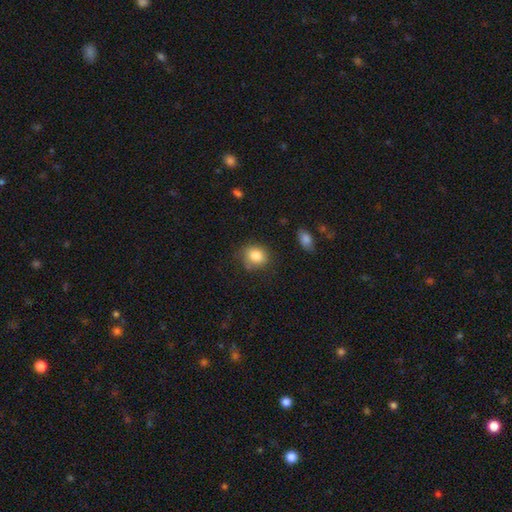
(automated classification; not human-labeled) smooth-or-featured: smooth: 84% | star or artifact: 9% | featured or disk: 7%
  how-rounded: round: 67% | in between: 32% | cigar-shaped: 1%
  merging: none: 75% | minor disturbance: 18% | major disturbance: 5% | merger: 3%